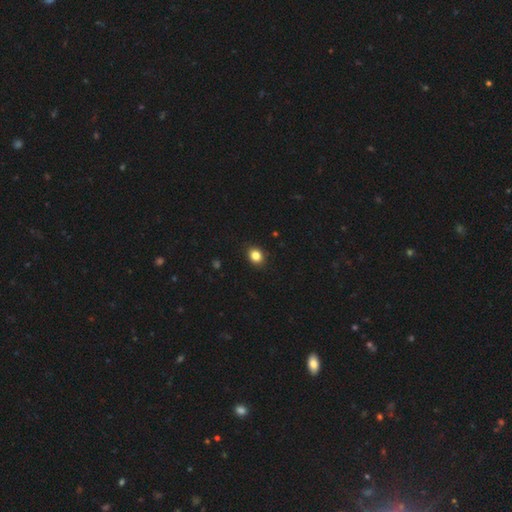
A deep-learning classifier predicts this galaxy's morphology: Smooth or featured? Predicted: smooth (p=0.85). How rounded? Predicted: round (p=0.55). Merging? Predicted: none (p=0.89).